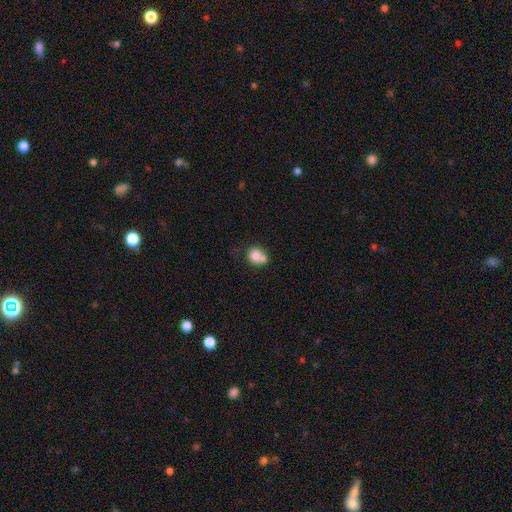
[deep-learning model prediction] smooth 75%, featured or disk 16%, star or artifact 9%. Down the decision tree: how rounded — round (76%); merging — merger (55%).